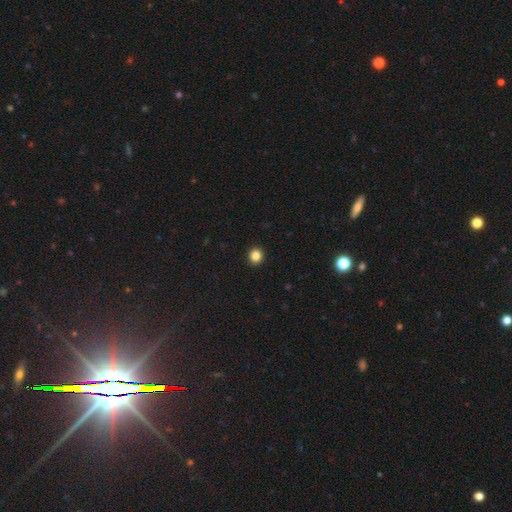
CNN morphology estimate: A smooth galaxy with no disk features (85%) that is round (88%).

Vote fractions:
- Smooth or featured? smooth: 85% / star or artifact: 12% / featured or disk: 4%
- How rounded? round: 88% / in between: 11% / cigar-shaped: 1%
- Merging? none: 93% / minor disturbance: 4% / major disturbance: 1% / merger: 1%